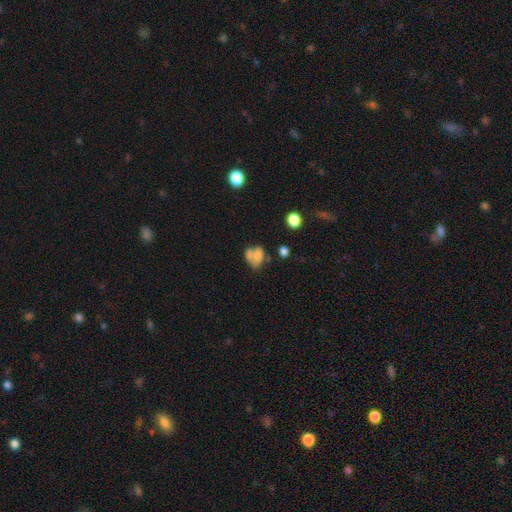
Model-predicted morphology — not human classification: A smooth galaxy with no disk features (62%) that is in between round and cigar-shaped (71%). Merging: merger (43%).